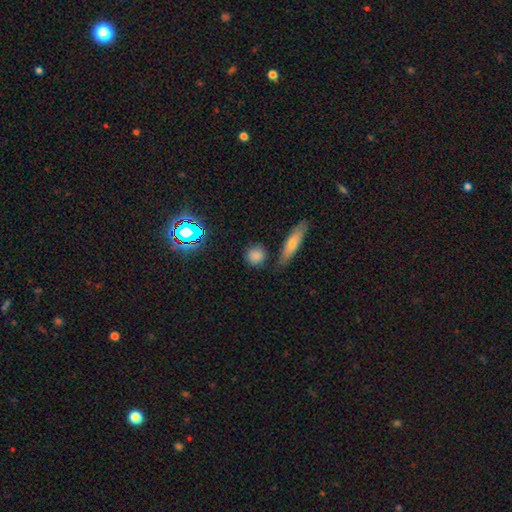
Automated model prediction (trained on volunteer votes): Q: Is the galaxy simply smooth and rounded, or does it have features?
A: smooth — 79%.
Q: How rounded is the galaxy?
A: round — 85%.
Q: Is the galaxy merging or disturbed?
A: none — 80%.